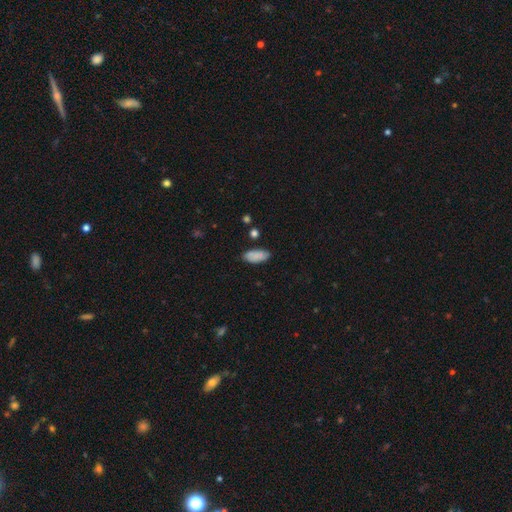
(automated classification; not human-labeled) Overall: smooth (83%). How rounded: in between (90%). Merging: none (78%).